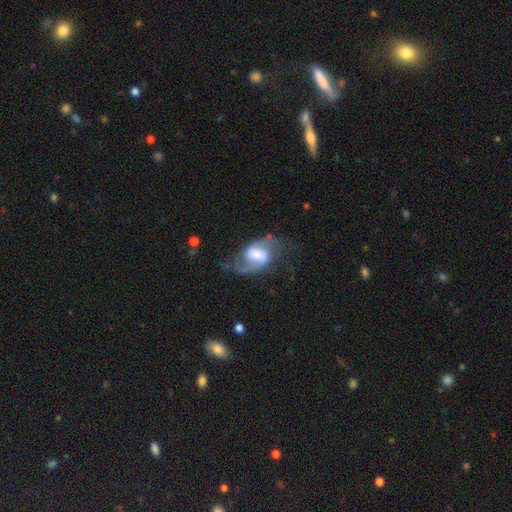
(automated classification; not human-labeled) featured or disk 81%, smooth 13%, star or artifact 6%. Down the decision tree: edge-on disk — no (97%); bar — weak (51%); spiral arms — yes (93%); spiral arm count — 2 (89%); spiral winding — medium (46%); bulge size — moderate (39%); merging — none (62%).